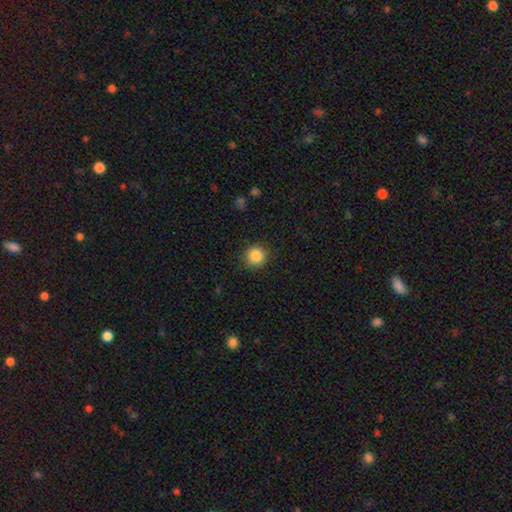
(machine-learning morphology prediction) The model was most divided on "smooth or featured": smooth: 87%, star or artifact: 10%, featured or disk: 4%. More confident: how rounded — round (94%); merging — none (89%).